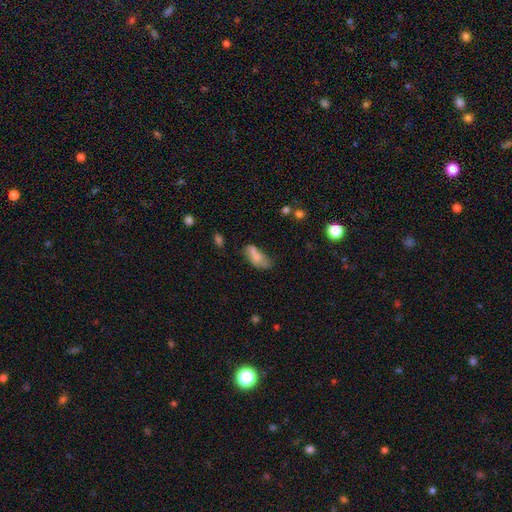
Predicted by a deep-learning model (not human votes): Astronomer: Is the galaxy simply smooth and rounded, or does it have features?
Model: smooth — 66%.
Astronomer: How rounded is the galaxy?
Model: in between — 87%.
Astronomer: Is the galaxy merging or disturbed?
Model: none — 29%, tied with merger at 29%.